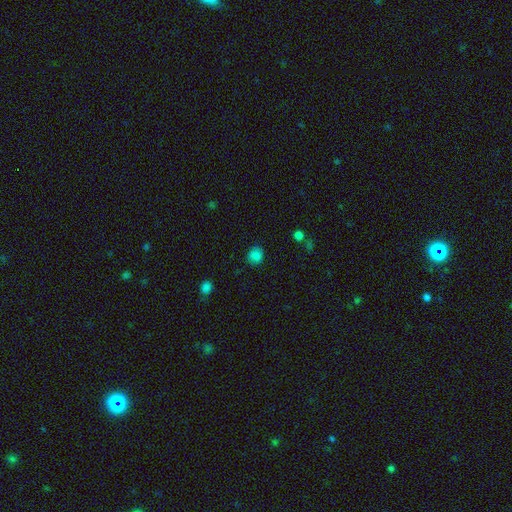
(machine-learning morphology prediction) A smooth galaxy with no disk features (83%) that is round (72%). Merging: none (82%).